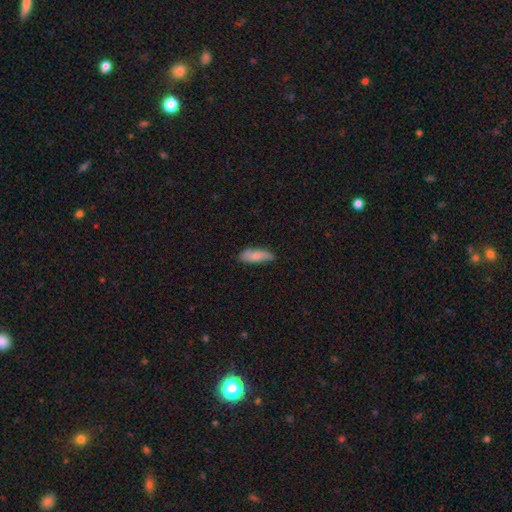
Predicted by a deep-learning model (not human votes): smooth_or_featured: smooth (p=0.69) [alt: featured or disk p=0.25]
how_rounded: in between (p=0.70) [alt: cigar-shaped p=0.27]
merging: none (p=0.70) [alt: minor disturbance p=0.24]